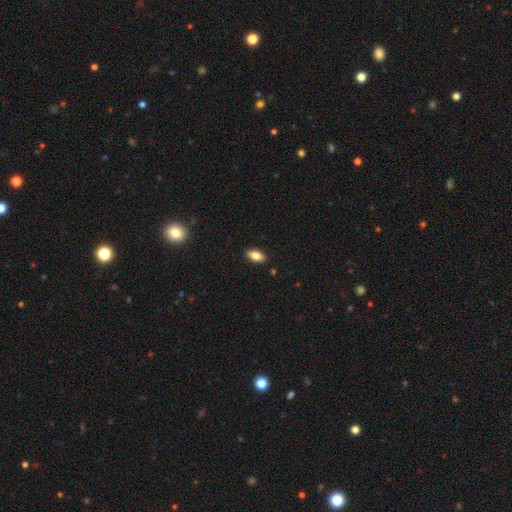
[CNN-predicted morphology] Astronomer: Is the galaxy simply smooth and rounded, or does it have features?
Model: smooth — 81%.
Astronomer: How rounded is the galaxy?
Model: in between — 89%.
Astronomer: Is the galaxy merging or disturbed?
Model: none — 89%.